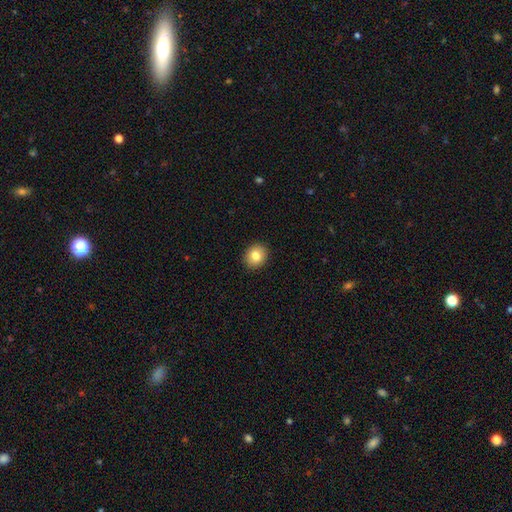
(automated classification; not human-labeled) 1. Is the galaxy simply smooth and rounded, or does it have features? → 82% smooth, 9% star or artifact, 9% featured or disk.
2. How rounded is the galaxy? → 68% round, 31% in between, 1% cigar-shaped.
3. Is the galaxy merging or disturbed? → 92% none, 6% minor disturbance, 2% major disturbance, 1% merger.